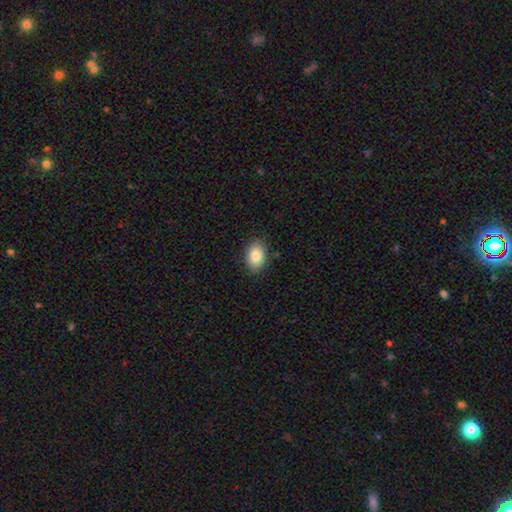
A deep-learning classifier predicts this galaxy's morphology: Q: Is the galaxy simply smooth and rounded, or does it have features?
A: smooth — 86%.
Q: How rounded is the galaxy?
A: in between — 85%.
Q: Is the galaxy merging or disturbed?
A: none — 86%.